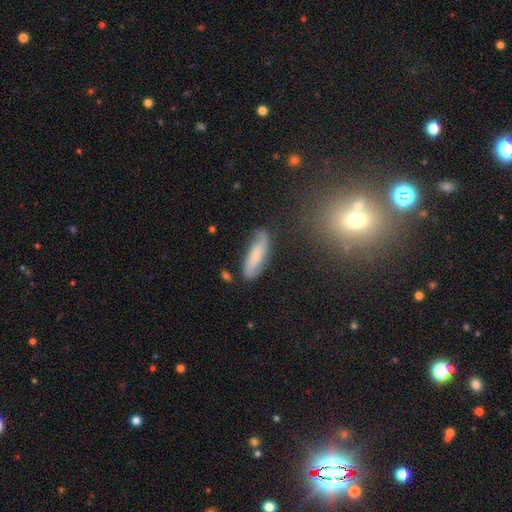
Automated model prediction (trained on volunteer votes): smooth 55%, featured or disk 37%, star or artifact 8%. Down the decision tree: how rounded — cigar-shaped (59%); merging — none (74%).